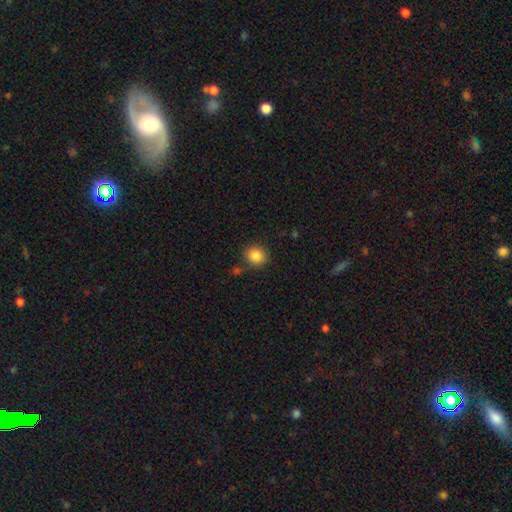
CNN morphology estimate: Smooth or featured: smooth — 86% (star or artifact — 10%)
How rounded: round — 84% (in between — 15%)
Merging: none — 83% (minor disturbance — 10%)